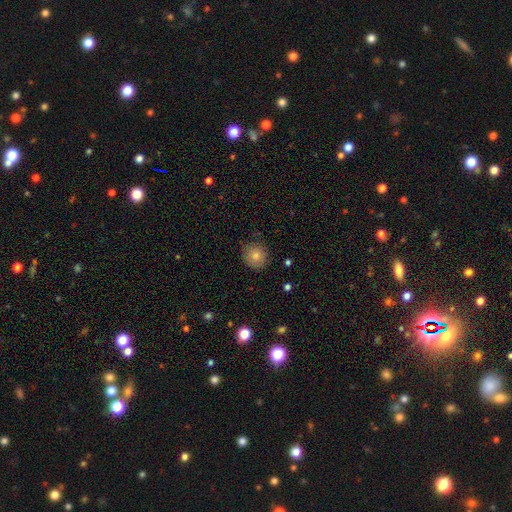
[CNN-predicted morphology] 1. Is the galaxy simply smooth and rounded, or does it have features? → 80% smooth, 10% featured or disk, 10% star or artifact.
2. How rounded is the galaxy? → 88% round, 11% in between, 1% cigar-shaped.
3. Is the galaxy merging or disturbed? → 82% none, 14% minor disturbance, 3% major disturbance, 1% merger.